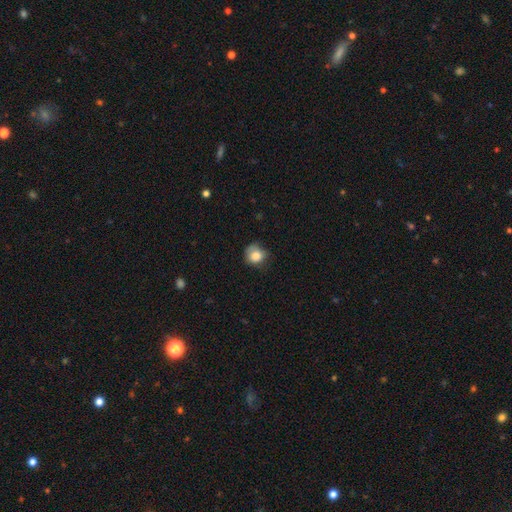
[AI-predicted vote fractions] A smooth galaxy with no disk features (81%) that is round (76%). Merging: none (49%).